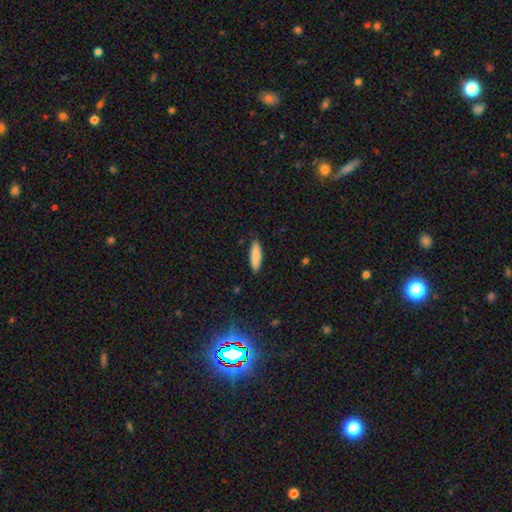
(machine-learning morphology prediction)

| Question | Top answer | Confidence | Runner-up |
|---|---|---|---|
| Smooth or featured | smooth | 86% | featured or disk (8%) |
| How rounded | cigar-shaped | 62% | in between (36%) |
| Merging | none | 88% | minor disturbance (9%) |